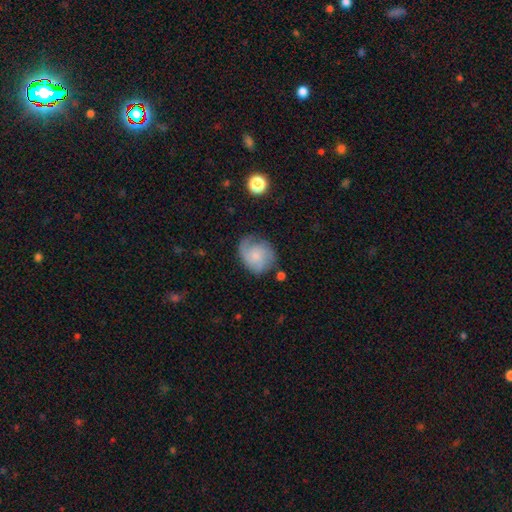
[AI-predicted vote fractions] Morphology: type=featured or disk (51%); edge-on=no (98%); merging=none (59%).